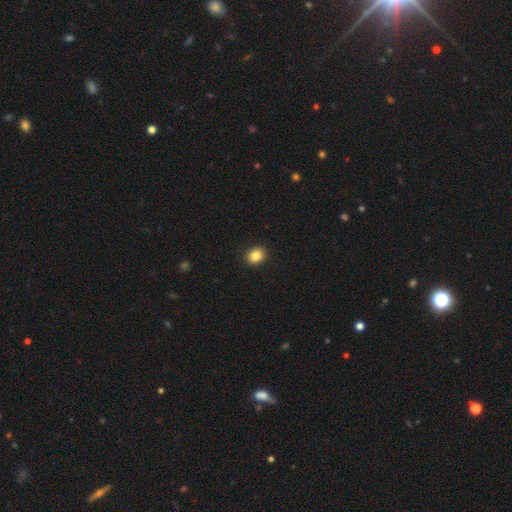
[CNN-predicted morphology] smooth 85%, star or artifact 10%, featured or disk 6%. Down the decision tree: how rounded — round (52%); merging — none (92%).